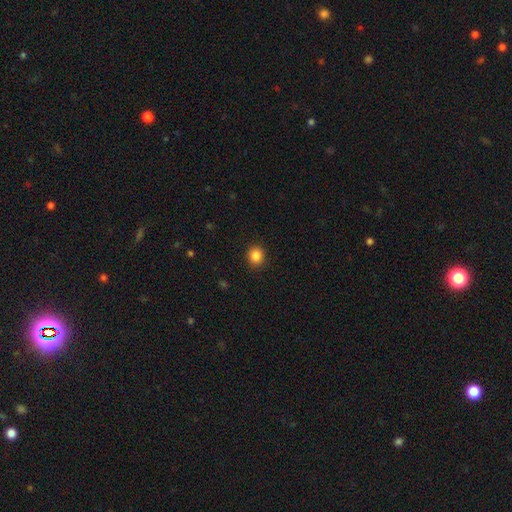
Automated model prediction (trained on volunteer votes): Smooth or featured? Predicted: smooth (p=0.86). How rounded? Predicted: round (p=0.86). Merging? Predicted: none (p=0.91).